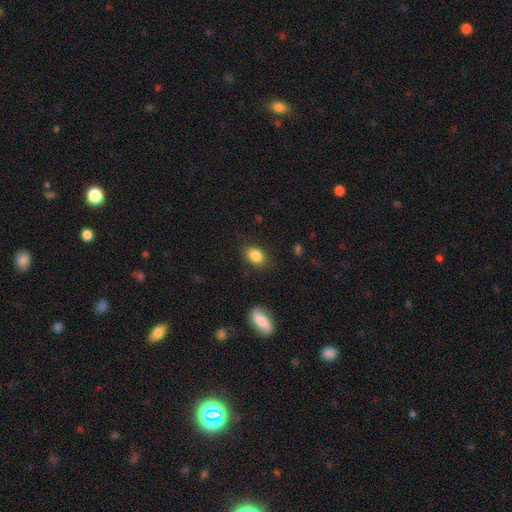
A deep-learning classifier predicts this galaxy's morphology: Smooth or featured? Predicted: smooth (p=0.86). How rounded? Predicted: in between (p=0.79). Merging? Predicted: none (p=0.81).